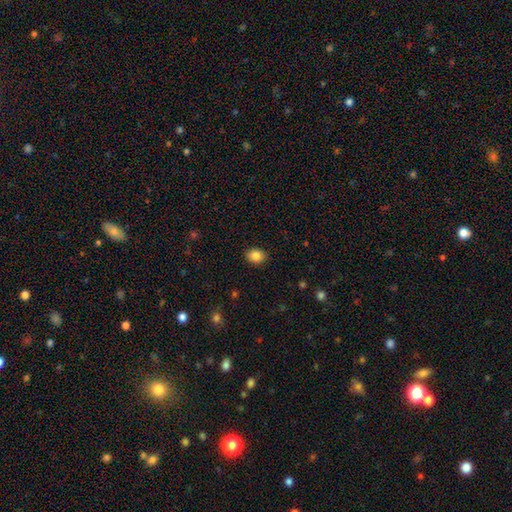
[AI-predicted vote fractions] Smooth or featured?
  - smooth: 84% *
  - star or artifact: 9%
  - featured or disk: 7%
How rounded?
  - in between: 51% *
  - round: 48%
  - cigar-shaped: 1%
Merging?
  - none: 89% *
  - minor disturbance: 8%
  - major disturbance: 2%
  - merger: 1%